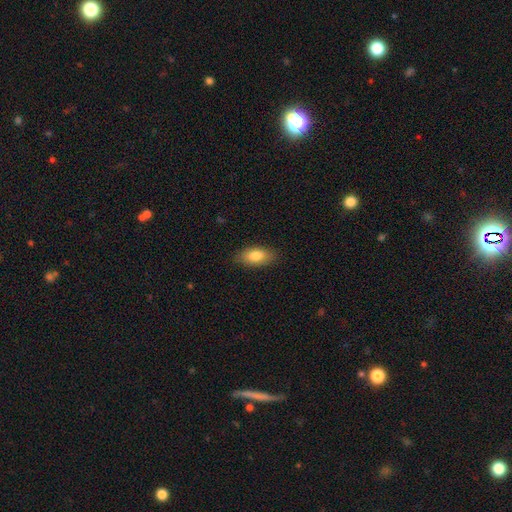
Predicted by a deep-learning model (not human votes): The model was most divided on "smooth or featured": smooth: 81%, featured or disk: 12%, star or artifact: 7%. More confident: how rounded — in between (89%); merging — none (86%).